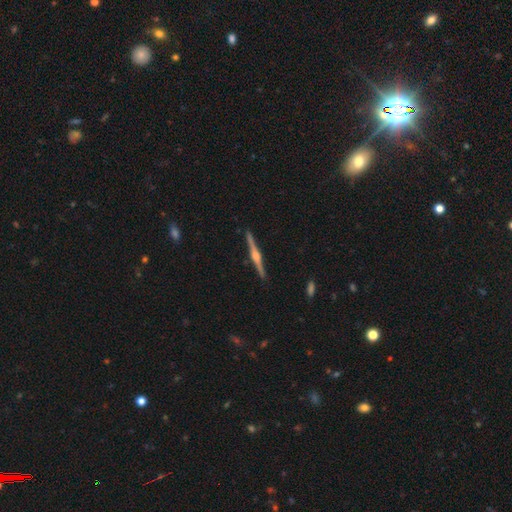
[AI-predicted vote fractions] featured or disk 86%, smooth 10%, star or artifact 5%. Down the decision tree: edge-on disk — yes (99%); edge-on bulge — rounded (90%); merging — none (92%).